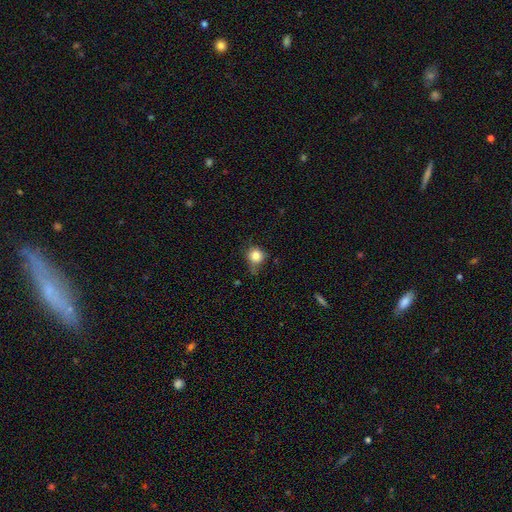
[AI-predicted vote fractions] smooth 83%, star or artifact 10%, featured or disk 7%. Down the decision tree: how rounded — round (86%); merging — none (61%).